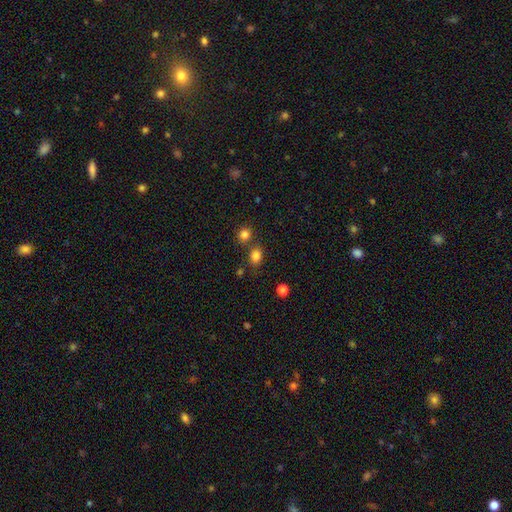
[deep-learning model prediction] Smooth or featured?
  - smooth: 81% *
  - star or artifact: 14%
  - featured or disk: 5%
How rounded?
  - in between: 50% *
  - round: 49%
  - cigar-shaped: 1%
Merging?
  - none: 66% *
  - merger: 18%
  - minor disturbance: 12%
  - major disturbance: 4%